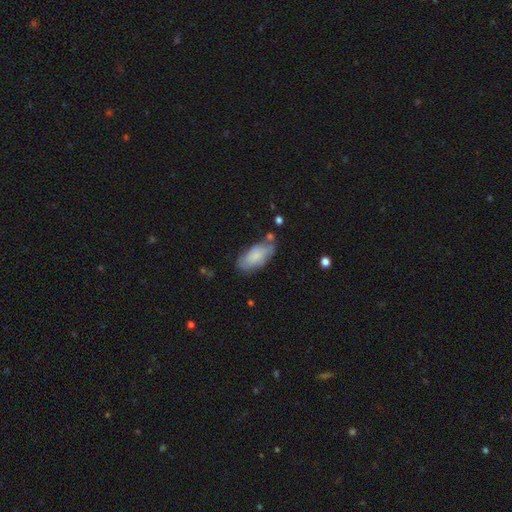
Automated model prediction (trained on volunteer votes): Smooth or featured: smooth — 77% (featured or disk — 17%)
How rounded: in between — 90% (cigar-shaped — 8%)
Merging: none — 63% (minor disturbance — 25%)